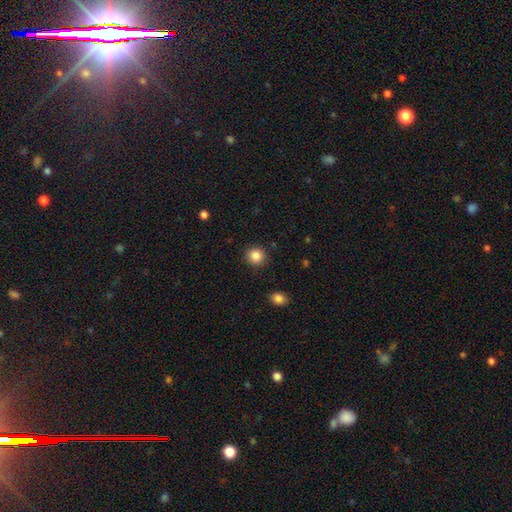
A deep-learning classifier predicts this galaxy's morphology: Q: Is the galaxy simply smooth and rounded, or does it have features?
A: smooth — 86%.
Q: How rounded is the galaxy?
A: round — 91%.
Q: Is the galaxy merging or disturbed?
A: none — 90%.